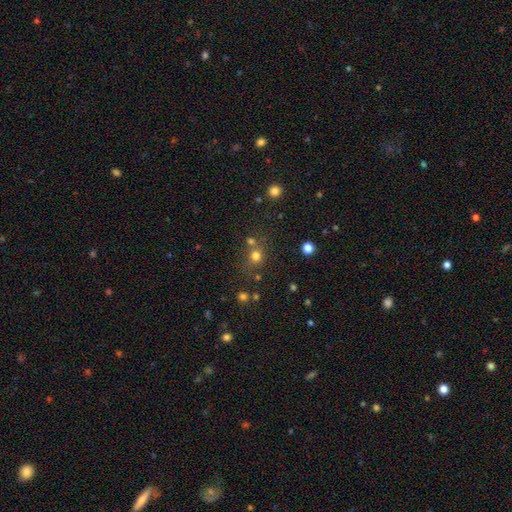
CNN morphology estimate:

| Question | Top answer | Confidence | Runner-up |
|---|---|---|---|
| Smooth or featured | smooth | 73% | star or artifact (19%) |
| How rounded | round | 81% | in between (18%) |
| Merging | none | 64% | merger (20%) |